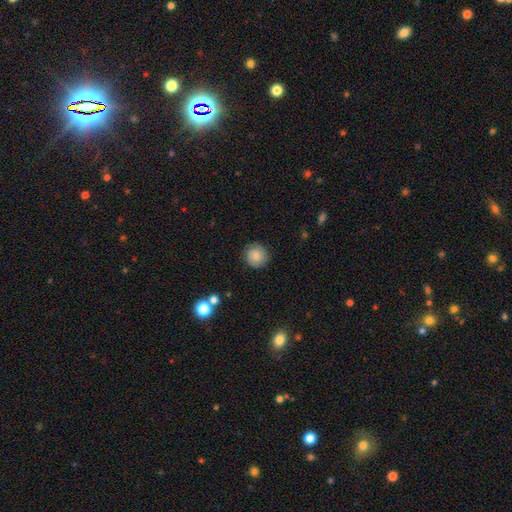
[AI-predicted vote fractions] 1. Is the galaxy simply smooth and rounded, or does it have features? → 81% smooth, 11% featured or disk, 8% star or artifact.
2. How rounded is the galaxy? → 93% round, 6% in between, 1% cigar-shaped.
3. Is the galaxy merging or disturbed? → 86% none, 10% minor disturbance, 3% major disturbance, 1% merger.